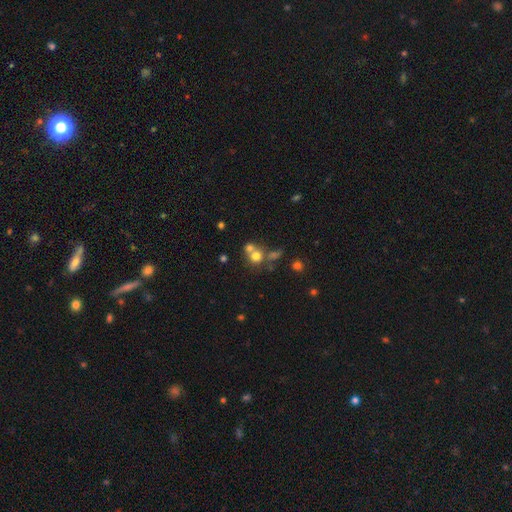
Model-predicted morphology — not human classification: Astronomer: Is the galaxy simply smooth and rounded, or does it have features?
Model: smooth — 68%.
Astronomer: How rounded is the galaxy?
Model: round — 84%.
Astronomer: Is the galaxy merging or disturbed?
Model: merger — 45% (runner-up: none, 42%).